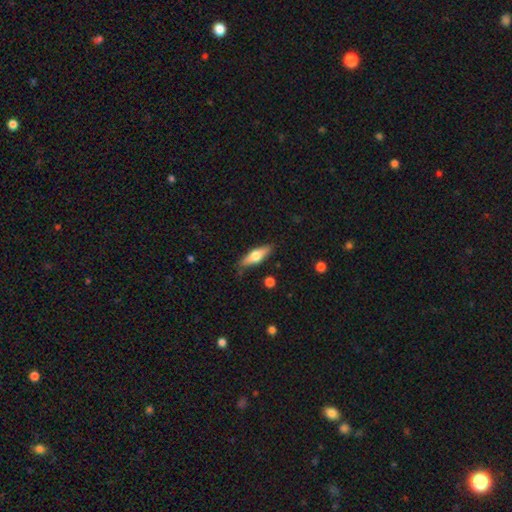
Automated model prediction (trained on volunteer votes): Smooth or featured? Predicted: smooth (p=0.51). How rounded? Predicted: cigar-shaped (p=0.50). Merging? Predicted: none (p=0.78).